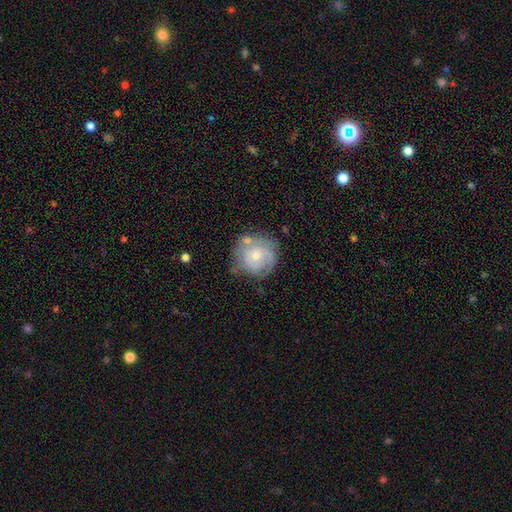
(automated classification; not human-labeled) Smooth or featured? featured or disk (63%)
Edge-on disk? no (98%)
Bar? no (78%)
Spiral arms? yes (77%)
Bulge size? small (53%)
Merging? none (59%)